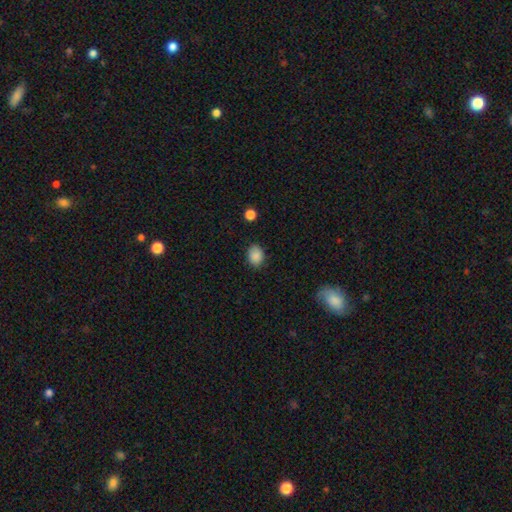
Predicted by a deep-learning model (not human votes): Smooth or featured?
  - smooth: 87% *
  - star or artifact: 9%
  - featured or disk: 4%
How rounded?
  - in between: 58% *
  - round: 41%
  - cigar-shaped: 1%
Merging?
  - none: 81% *
  - minor disturbance: 14%
  - major disturbance: 3%
  - merger: 1%